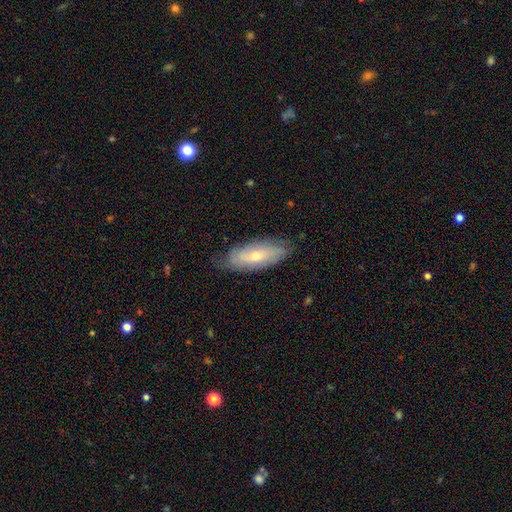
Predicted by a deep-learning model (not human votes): A featured or disk galaxy (52%).

Vote fractions:
- Smooth or featured? featured or disk: 52% / smooth: 41% / star or artifact: 7%
- Edge-on disk? no: 78% / yes: 22%
- Merging? none: 76% / minor disturbance: 19% / major disturbance: 4% / merger: 1%